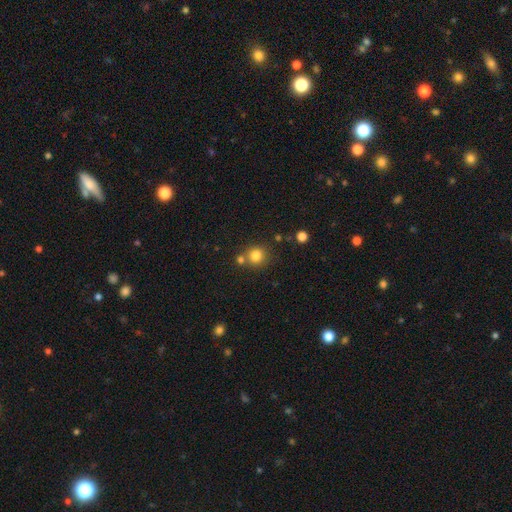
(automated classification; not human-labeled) A smooth galaxy with no disk features (81%) that is round (89%). Merging: none (67%).